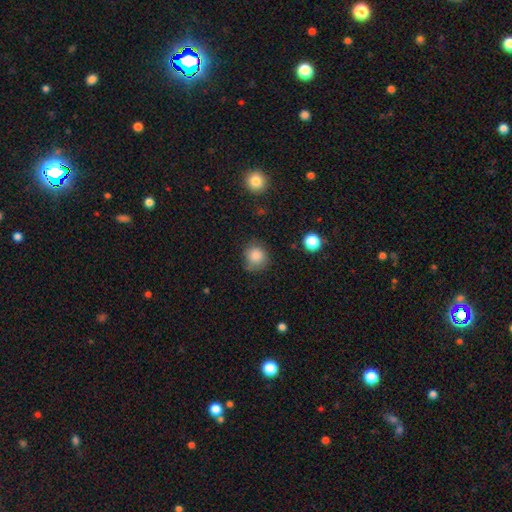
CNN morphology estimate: smooth 85%, star or artifact 10%, featured or disk 6%. Down the decision tree: how rounded — round (89%); merging — none (74%).